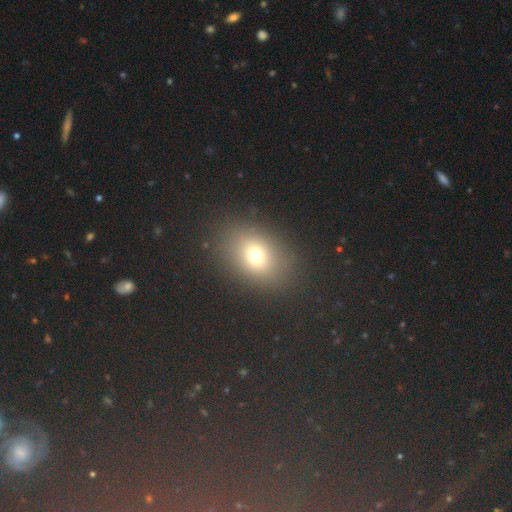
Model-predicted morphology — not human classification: A smooth galaxy with no disk features (71%) that is in between round and cigar-shaped (58%). Merging: none (85%).